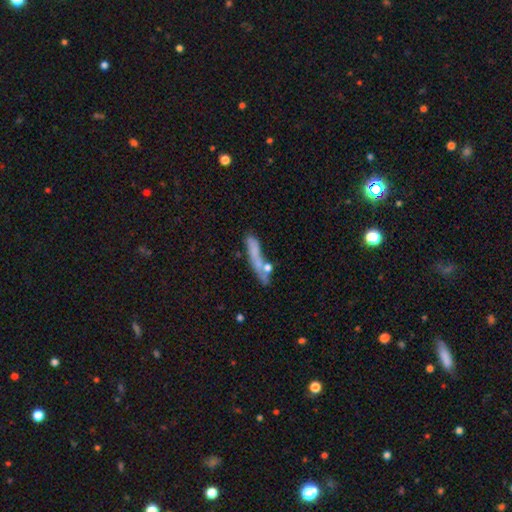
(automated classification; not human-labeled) smooth-or-featured: smooth: 58% | featured or disk: 31% | star or artifact: 11%
  how-rounded: cigar-shaped: 87% | in between: 10% | round: 3%
  merging: none: 58% | minor disturbance: 18% | merger: 16% | major disturbance: 8%